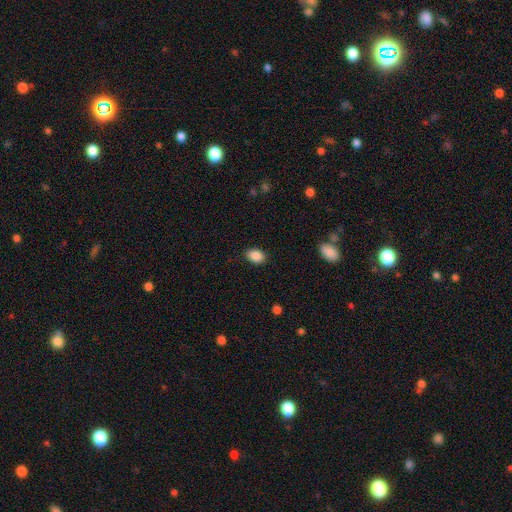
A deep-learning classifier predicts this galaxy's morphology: Q: Smooth or featured?
A: smooth (88%); runner-up: star or artifact (8%)
Q: How rounded?
A: in between (75%); runner-up: round (24%)
Q: Merging?
A: none (87%); runner-up: minor disturbance (9%)